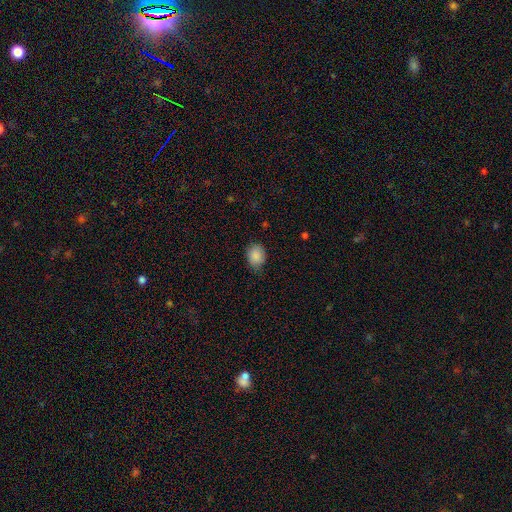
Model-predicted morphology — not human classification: Smooth or featured? smooth (88%)
How rounded? in between (61%)
Merging? none (76%)